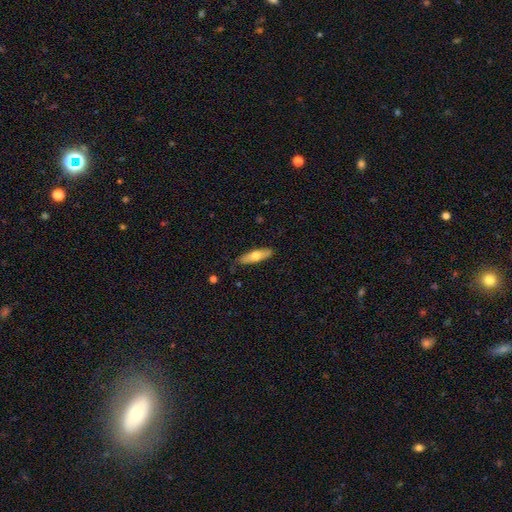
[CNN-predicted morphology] Smooth or featured? Predicted: smooth (p=0.63). How rounded? Predicted: cigar-shaped (p=0.56). Merging? Predicted: none (p=0.83).